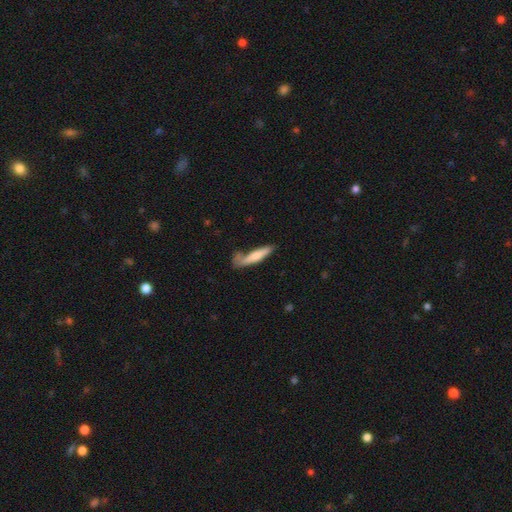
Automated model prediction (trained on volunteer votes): Smooth or featured?
  - smooth: 70% *
  - featured or disk: 24%
  - star or artifact: 6%
How rounded?
  - cigar-shaped: 84% *
  - in between: 14%
  - round: 2%
Merging?
  - none: 58% *
  - minor disturbance: 23%
  - merger: 10%
  - major disturbance: 9%